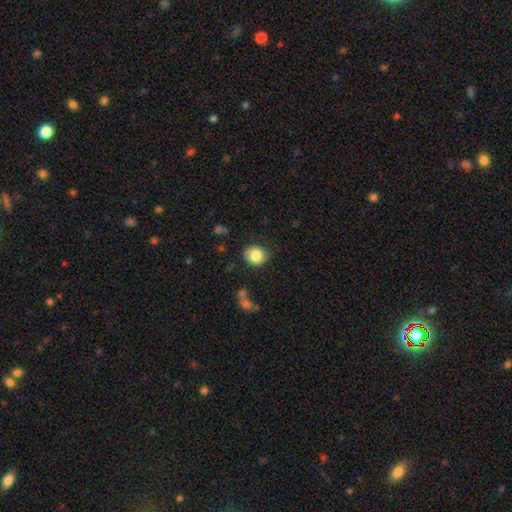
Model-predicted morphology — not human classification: Smooth or featured: smooth — 83% (star or artifact — 9%)
How rounded: round — 71% (in between — 28%)
Merging: none — 75% (minor disturbance — 18%)